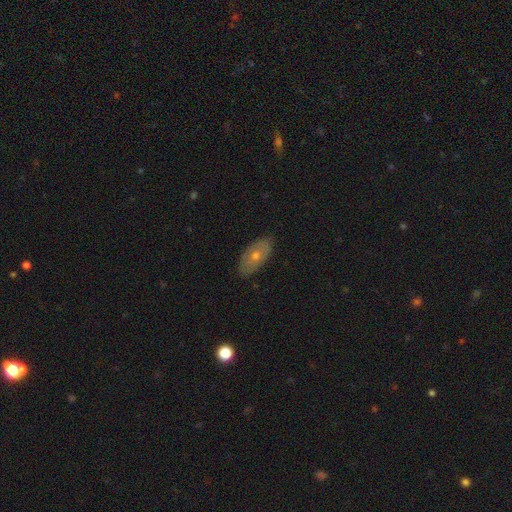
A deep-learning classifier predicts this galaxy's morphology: A smooth galaxy with no disk features (49%).

Vote fractions:
- Smooth or featured? smooth: 49% / featured or disk: 43% / star or artifact: 8%
- Merging? none: 84% / minor disturbance: 13% / major disturbance: 2% / merger: 1%